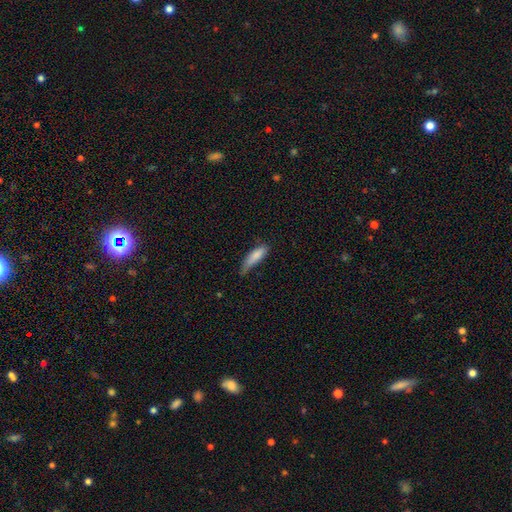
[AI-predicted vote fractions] Overall: smooth (83%). How rounded: cigar-shaped (58%; in between 40%). Merging: none (45%; minor disturbance 41%).